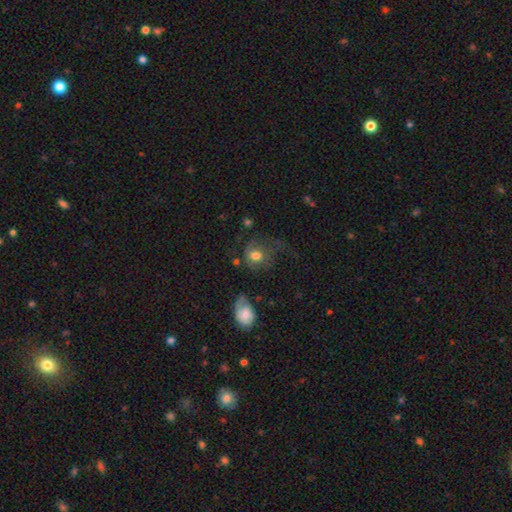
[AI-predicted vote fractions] Overall: smooth (54%; featured or disk 37%). How rounded: round (67%; in between 32%). Merging: major disturbance (37%; none 36%).